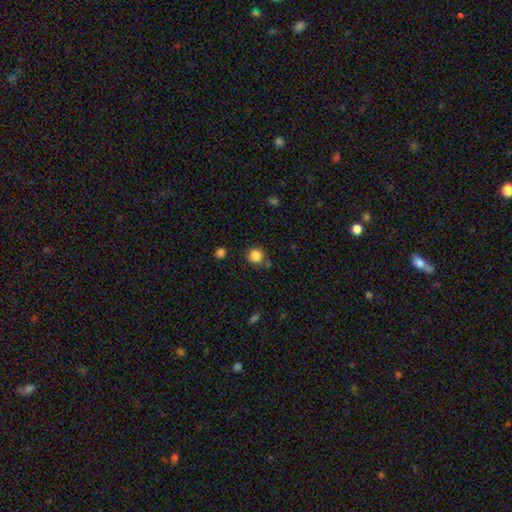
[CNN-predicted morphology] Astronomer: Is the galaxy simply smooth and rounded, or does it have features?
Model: smooth — 85%.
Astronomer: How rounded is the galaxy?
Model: round — 90%.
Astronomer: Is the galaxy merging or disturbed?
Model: none — 79%.